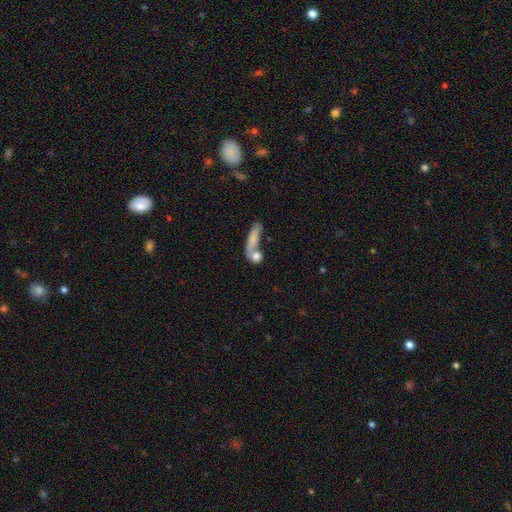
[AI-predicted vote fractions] Q: Smooth or featured?
A: smooth (74%); runner-up: featured or disk (18%)
Q: How rounded?
A: round (37%); runner-up: in between (35%)
Q: Merging?
A: merger (44%); runner-up: none (37%)